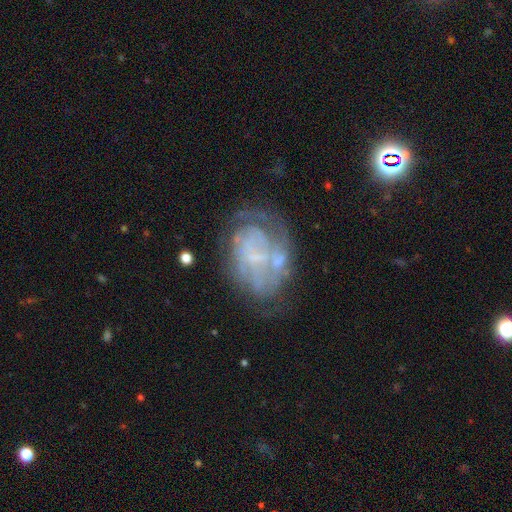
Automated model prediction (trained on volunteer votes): Overall: featured or disk (72%). Edge-on disk: no (98%). Bar: no (73%). Spiral arms: yes (59%; no 41%). Bulge size: none (55%; small 31%). Merging: none (47%; major disturbance 23%).